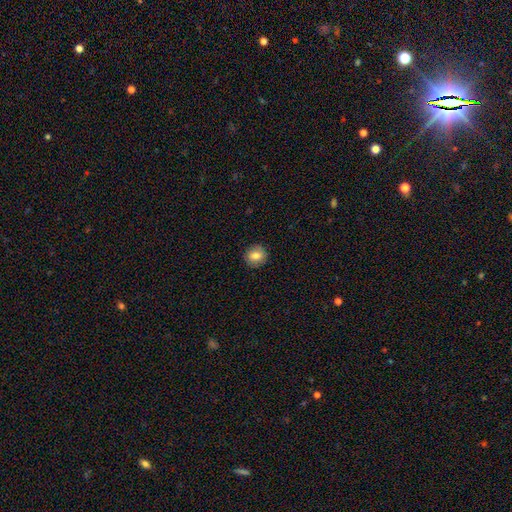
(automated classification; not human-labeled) smooth-or-featured: smooth: 80% | featured or disk: 10% | star or artifact: 9%
  how-rounded: round: 88% | in between: 11% | cigar-shaped: 1%
  merging: none: 90% | minor disturbance: 7% | major disturbance: 2% | merger: 1%